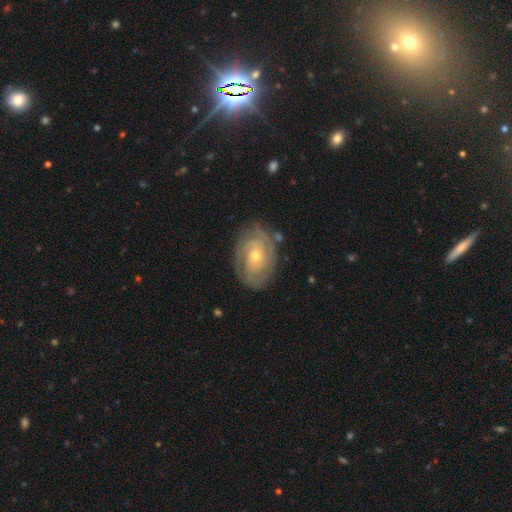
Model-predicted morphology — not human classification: type=featured or disk (84%); edge-on=no (96%); bar=no (71%); spiral arms=yes (94%); winding=tight (75%); arm count=2 (39%); bulge=moderate (50%); merging=none (79%).